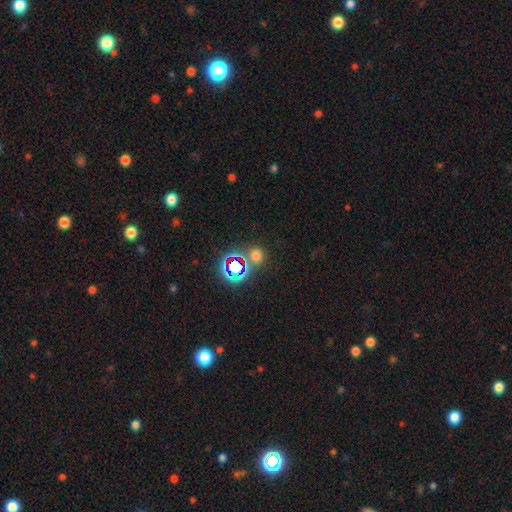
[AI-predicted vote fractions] Morphology: type=smooth (58%); roundness=round (85%); merging=none (73%).